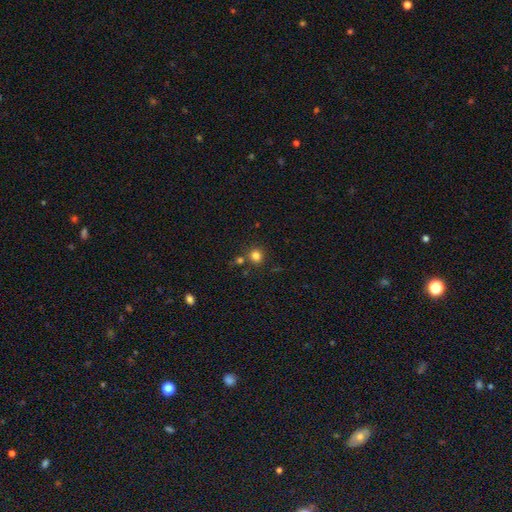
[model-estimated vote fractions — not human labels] Smooth or featured?
  - smooth: 81% *
  - star or artifact: 14%
  - featured or disk: 5%
How rounded?
  - round: 88% *
  - in between: 11%
  - cigar-shaped: 1%
Merging?
  - none: 77% *
  - merger: 13%
  - minor disturbance: 8%
  - major disturbance: 3%